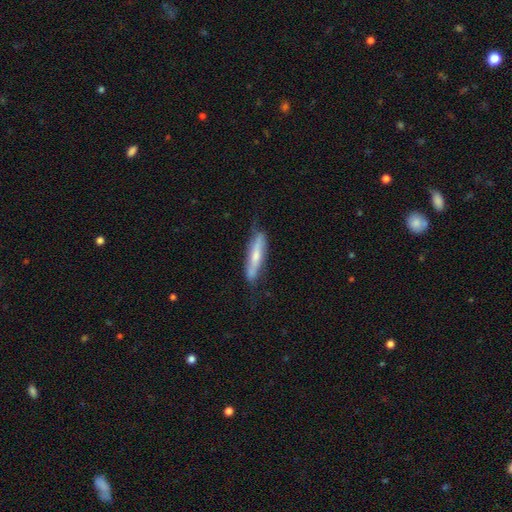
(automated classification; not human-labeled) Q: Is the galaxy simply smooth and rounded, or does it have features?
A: smooth — 47%, tied with featured or disk.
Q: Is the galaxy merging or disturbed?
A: none — 68%.